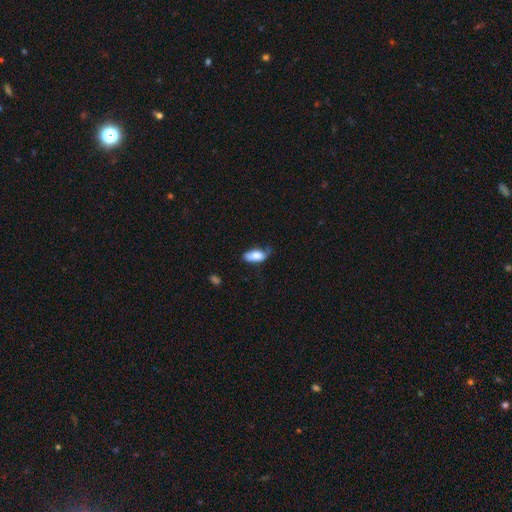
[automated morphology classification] This is clearly a smooth galaxy (81%). How rounded: clearly in between (88%). Merging: possibly none (46%).